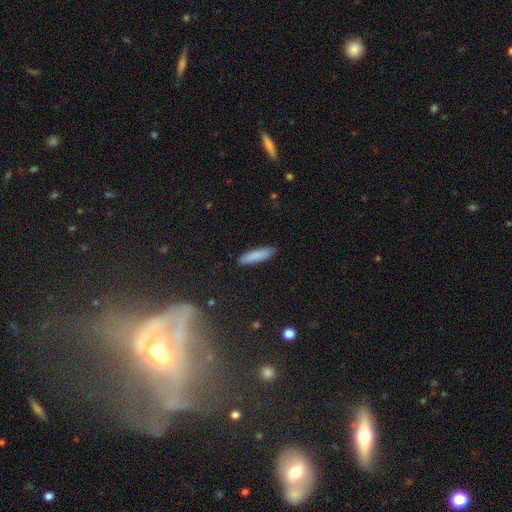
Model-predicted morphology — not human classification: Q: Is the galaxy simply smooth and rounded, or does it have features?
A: smooth — 85%.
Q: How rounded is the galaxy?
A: cigar-shaped — 73%.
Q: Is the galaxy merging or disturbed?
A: none — 88%.